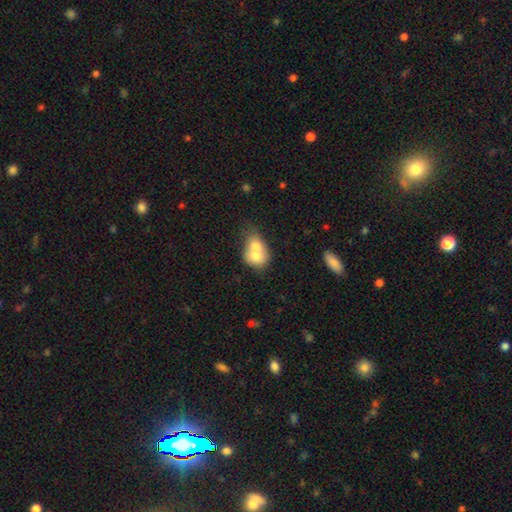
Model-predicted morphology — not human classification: Smooth or featured: smooth — 68% (featured or disk — 24%)
How rounded: round — 51% (in between — 48%)
Merging: merger — 74% (none — 16%)